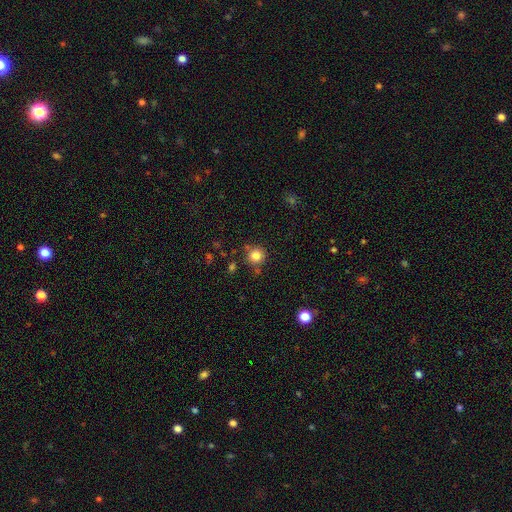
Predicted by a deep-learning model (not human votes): This appears to be a smooth galaxy with no disk features (82%) that is round (93%). Merging: none (81%).